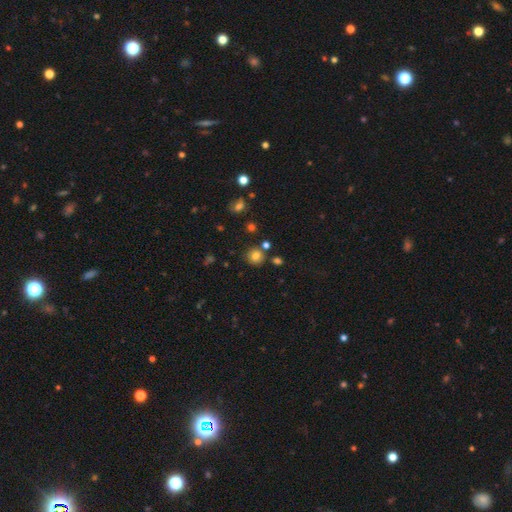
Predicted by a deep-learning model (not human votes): This appears to be a smooth galaxy with no disk features (79%) that is round (90%). Merging: none (81%).